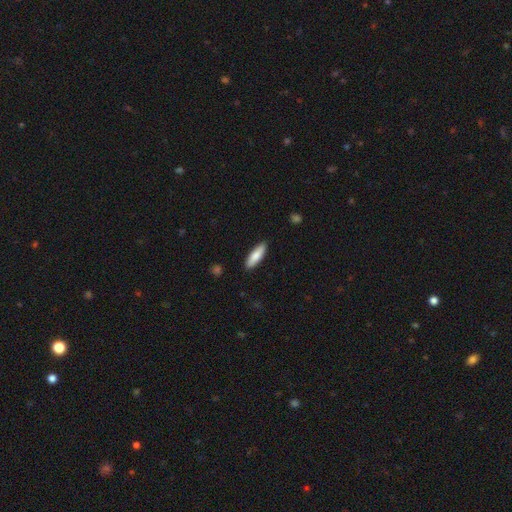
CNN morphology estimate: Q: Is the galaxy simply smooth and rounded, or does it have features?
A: smooth — 82%.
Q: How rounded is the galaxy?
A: cigar-shaped — 54%.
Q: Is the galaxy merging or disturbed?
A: none — 89%.